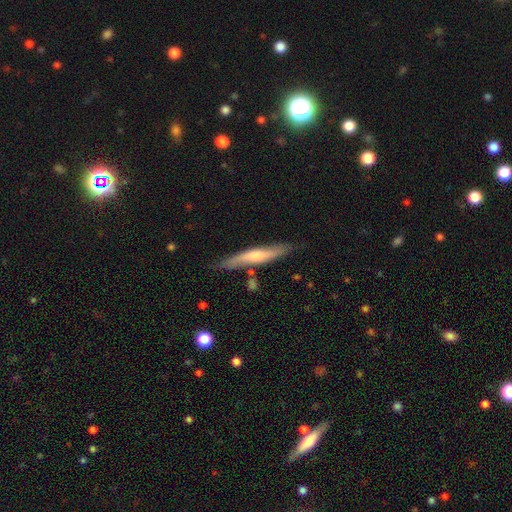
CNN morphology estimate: A featured or disk galaxy (62%) viewed edge-on (92%) with a rounded central bulge (68%).

Vote fractions:
- Smooth or featured? featured or disk: 62% / smooth: 30% / star or artifact: 8%
- Edge-on disk? yes: 92% / no: 8%
- Edge-on bulge? rounded: 68% / none: 22% / boxy: 10%
- Merging? none: 80% / minor disturbance: 14% / merger: 3% / major disturbance: 3%